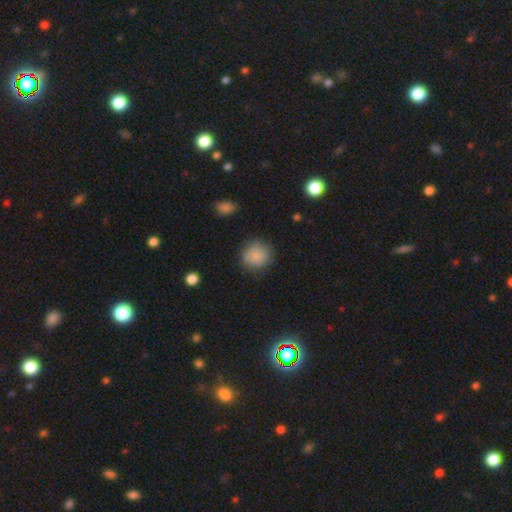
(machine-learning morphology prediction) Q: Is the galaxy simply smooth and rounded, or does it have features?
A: smooth — 85%.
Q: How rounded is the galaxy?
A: round — 88%.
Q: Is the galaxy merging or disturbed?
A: none — 83%.